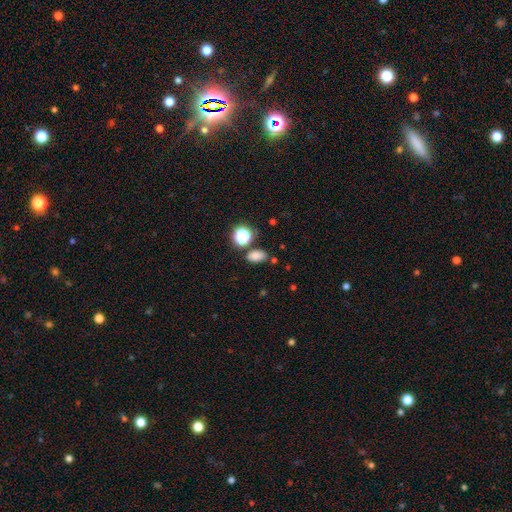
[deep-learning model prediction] Smooth or featured?
  - smooth: 77% *
  - star or artifact: 17%
  - featured or disk: 5%
How rounded?
  - in between: 81% *
  - round: 17%
  - cigar-shaped: 2%
Merging?
  - none: 75% *
  - minor disturbance: 12%
  - merger: 9%
  - major disturbance: 4%